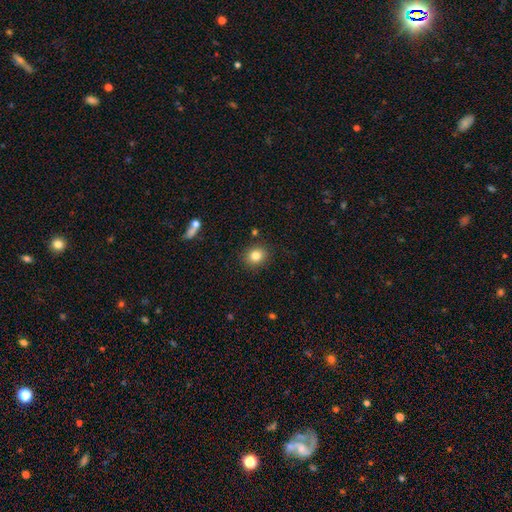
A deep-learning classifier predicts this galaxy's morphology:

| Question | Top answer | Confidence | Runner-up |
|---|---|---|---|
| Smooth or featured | smooth | 82% | star or artifact (11%) |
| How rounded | round | 75% | in between (24%) |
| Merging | none | 88% | minor disturbance (8%) |